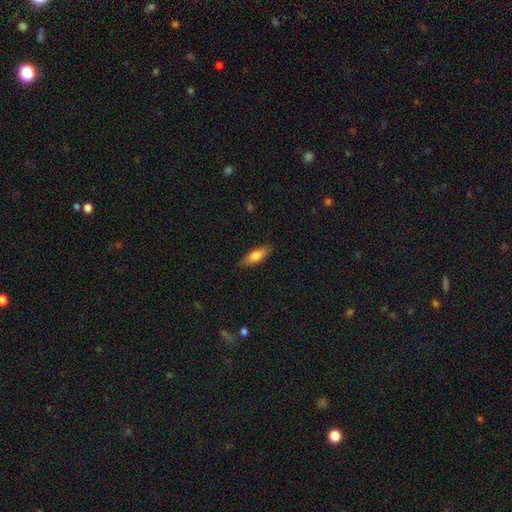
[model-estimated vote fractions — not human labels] This is likely a smooth galaxy (72%). How rounded: possibly in between (57%). Merging: clearly none (86%).